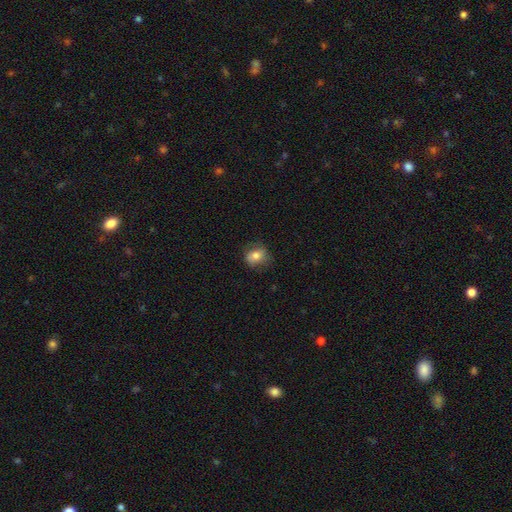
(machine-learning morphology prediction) Smooth or featured? Predicted: smooth (p=0.71). How rounded? Predicted: round (p=0.54). Merging? Predicted: none (p=0.70).